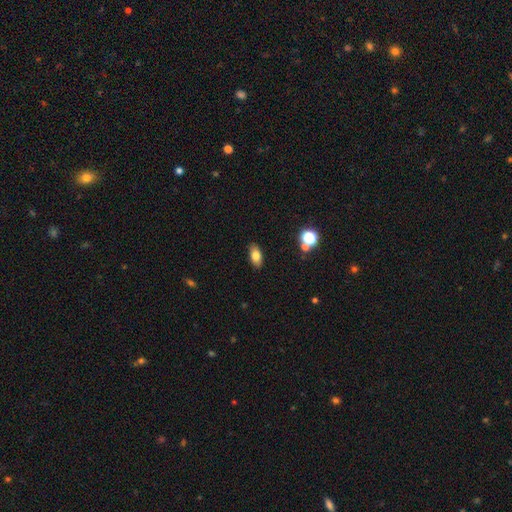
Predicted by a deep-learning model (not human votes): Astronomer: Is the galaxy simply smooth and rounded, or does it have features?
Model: smooth — 77%.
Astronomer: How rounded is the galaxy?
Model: in between — 88%.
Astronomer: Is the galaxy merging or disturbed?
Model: none — 88%.